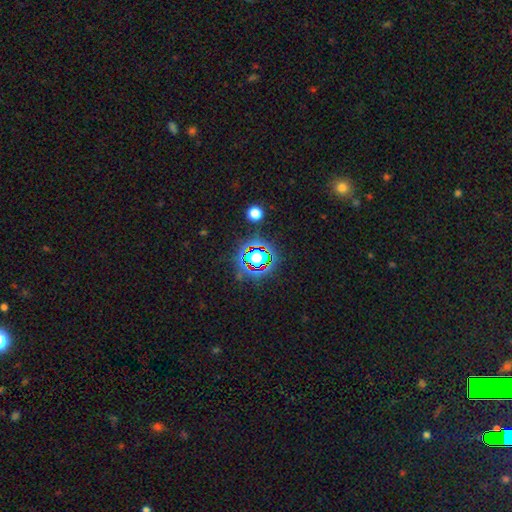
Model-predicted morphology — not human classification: Smooth or featured: star or artifact — 77% (smooth — 14%)